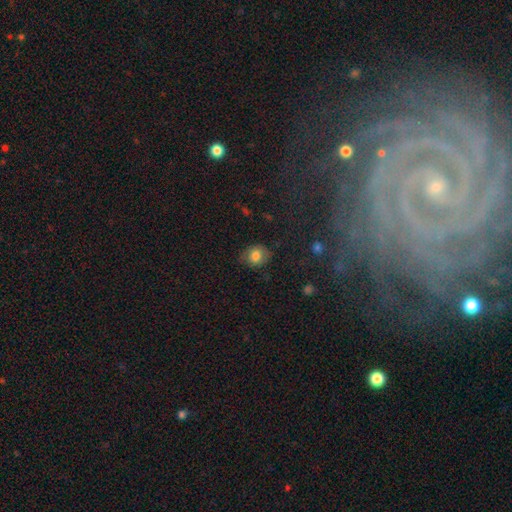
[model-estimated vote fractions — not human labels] smooth_or_featured: smooth (p=0.80) [alt: featured or disk p=0.11]
how_rounded: round (p=0.62) [alt: in between p=0.37]
merging: none (p=0.75) [alt: minor disturbance p=0.20]